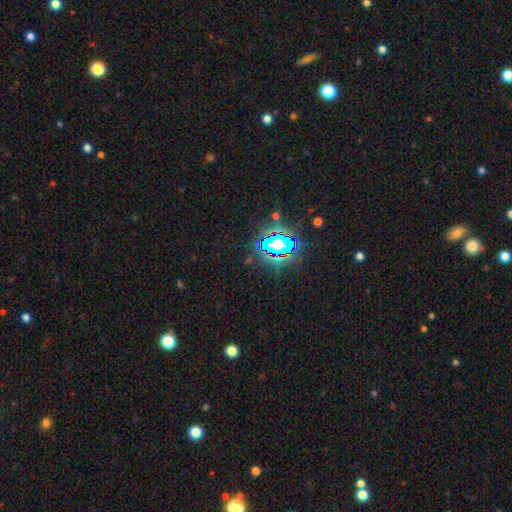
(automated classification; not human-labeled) smooth-or-featured: star or artifact: 84% | smooth: 10% | featured or disk: 6%